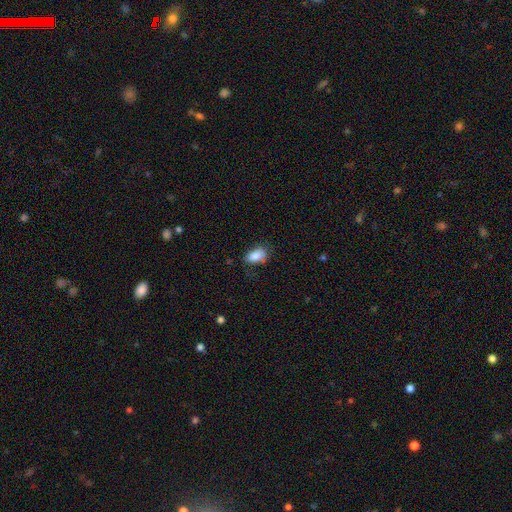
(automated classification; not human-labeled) This is clearly a smooth galaxy (85%). How rounded: clearly in between (91%). Merging: likely none (62%).